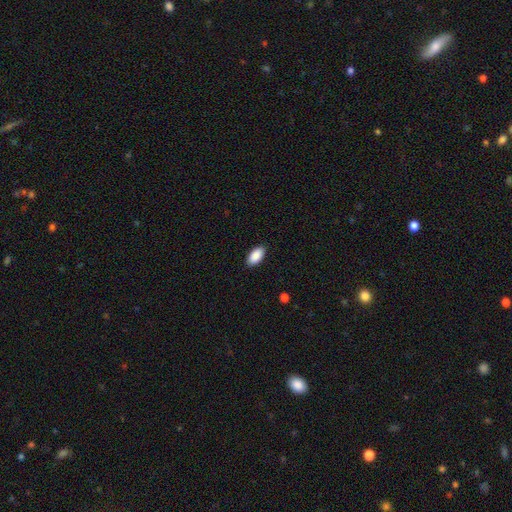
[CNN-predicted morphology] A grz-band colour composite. It shows a smooth galaxy with no disk features (90%) that is in between round and cigar-shaped (95%). Merging: none (89%).